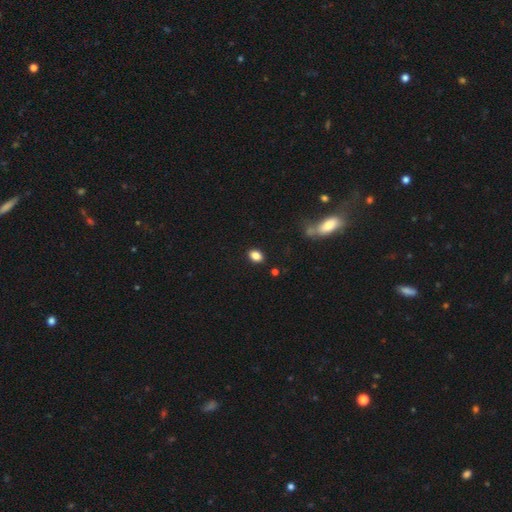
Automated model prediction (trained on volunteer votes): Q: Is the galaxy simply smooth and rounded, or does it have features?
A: smooth — 85%.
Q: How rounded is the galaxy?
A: in between — 73%.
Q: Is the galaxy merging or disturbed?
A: none — 88%.